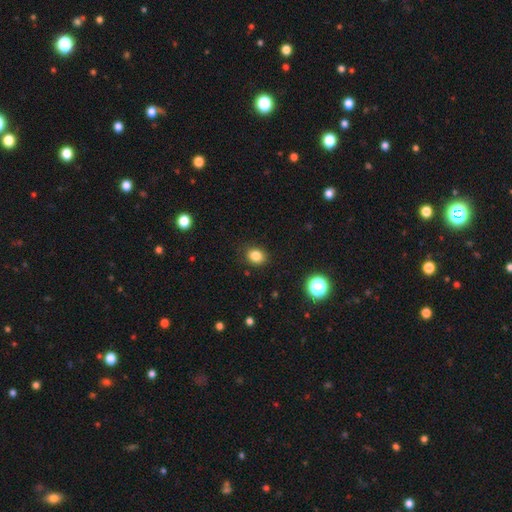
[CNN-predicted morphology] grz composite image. It shows a smooth galaxy with no disk features (83%) that is round (56%). Merging: none (86%).